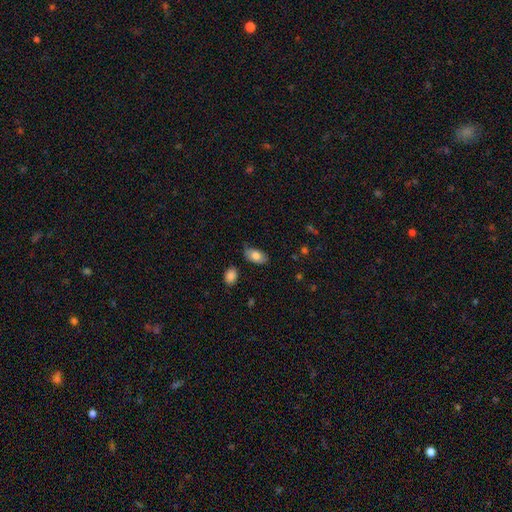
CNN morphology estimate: Q: Smooth or featured?
A: smooth (78%); runner-up: featured or disk (15%)
Q: How rounded?
A: in between (93%); runner-up: round (5%)
Q: Merging?
A: none (72%); runner-up: minor disturbance (22%)